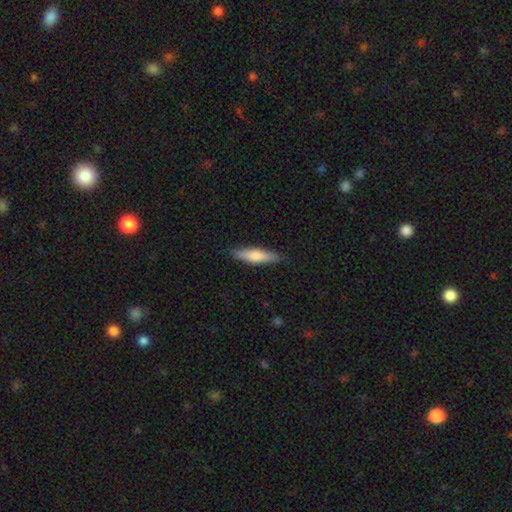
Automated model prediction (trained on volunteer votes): This is likely a smooth galaxy (67%). How rounded: likely cigar-shaped (75%). Merging: clearly none (87%).